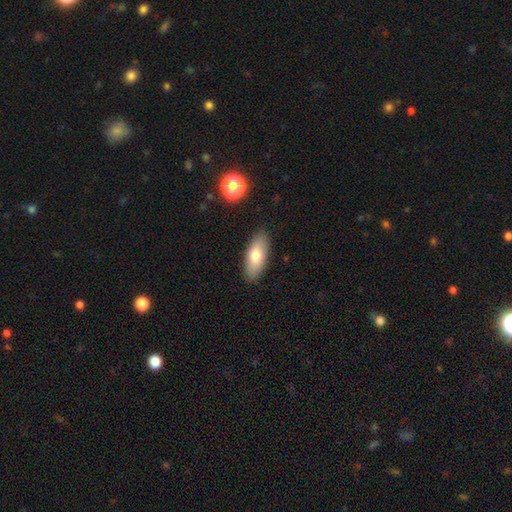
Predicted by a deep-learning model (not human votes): The model was most divided on "smooth or featured": smooth: 74%, featured or disk: 19%, star or artifact: 7%. More confident: merging — none (87%); how rounded — in between (78%).